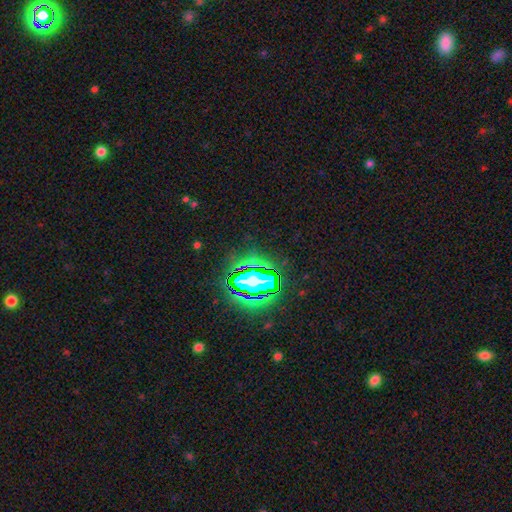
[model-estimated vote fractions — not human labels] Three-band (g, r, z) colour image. It shows a star or artifact, not a galaxy (68%).